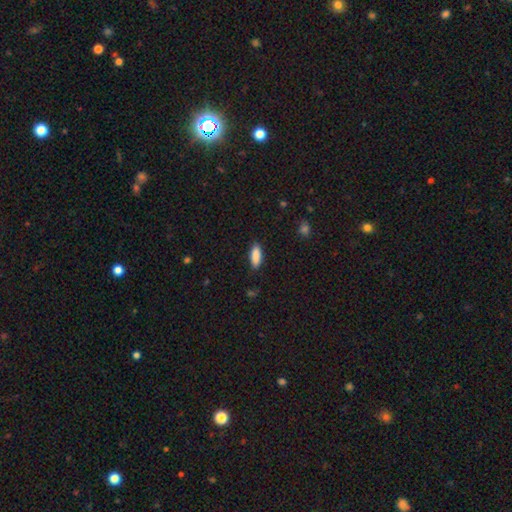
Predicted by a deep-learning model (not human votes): Morphology: type=smooth (89%); roundness=in between (69%); merging=none (87%).